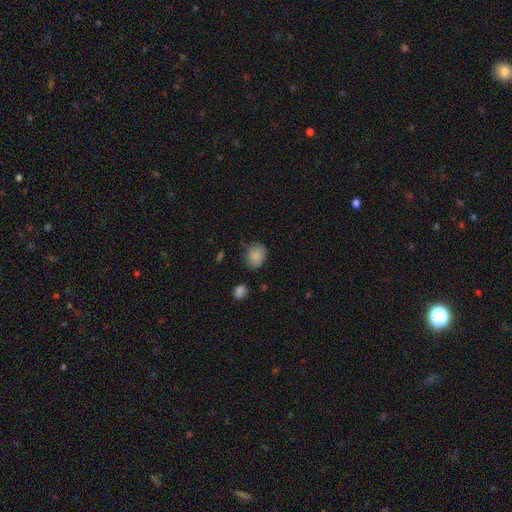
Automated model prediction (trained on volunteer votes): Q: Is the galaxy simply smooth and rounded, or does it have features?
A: smooth — 86%.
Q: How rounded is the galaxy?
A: round — 60%.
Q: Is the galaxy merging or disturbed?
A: none — 69%.